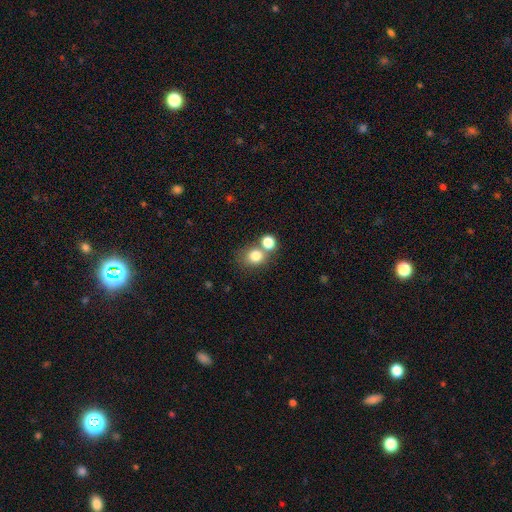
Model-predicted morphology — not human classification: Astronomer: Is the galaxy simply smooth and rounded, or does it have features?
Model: smooth — 79%.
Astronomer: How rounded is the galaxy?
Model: round — 73%.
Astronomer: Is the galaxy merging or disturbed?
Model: none — 52% (runner-up: merger, 34%).